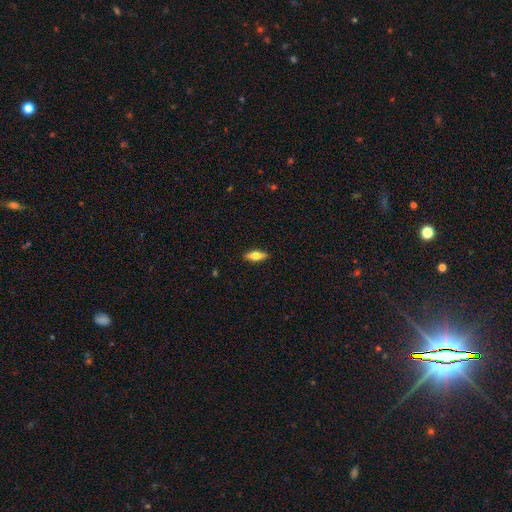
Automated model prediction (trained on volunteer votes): This appears to be a smooth galaxy with no disk features (56%) that is in between round and cigar-shaped (59%). Merging: none (90%).